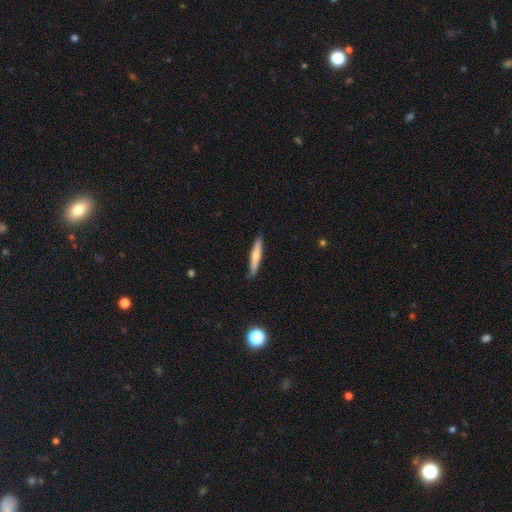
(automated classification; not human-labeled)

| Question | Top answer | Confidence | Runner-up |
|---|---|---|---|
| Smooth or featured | smooth | 64% | featured or disk (31%) |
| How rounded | cigar-shaped | 92% | in between (7%) |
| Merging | none | 87% | minor disturbance (10%) |